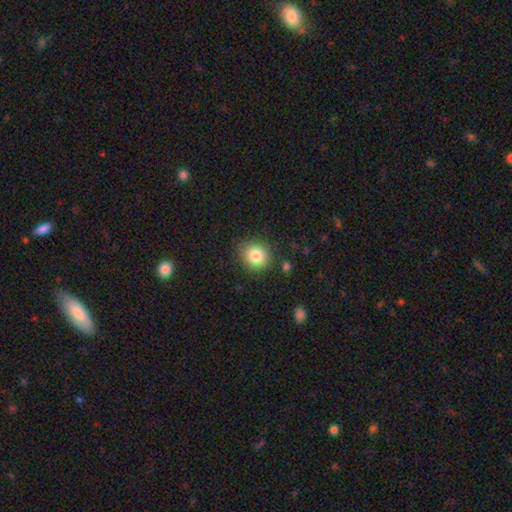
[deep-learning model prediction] Q: Smooth or featured?
A: smooth (83%); runner-up: star or artifact (10%)
Q: How rounded?
A: round (76%); runner-up: in between (23%)
Q: Merging?
A: none (84%); runner-up: minor disturbance (11%)